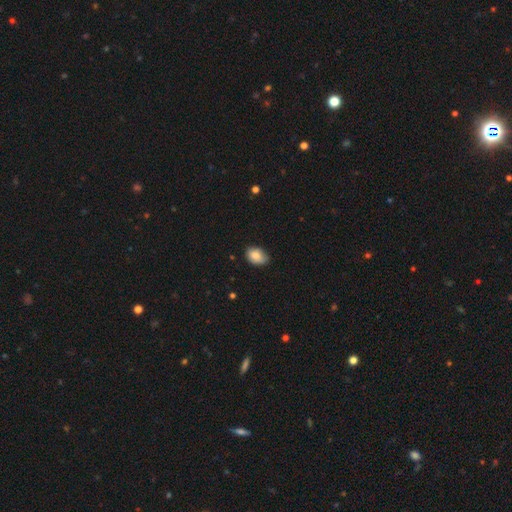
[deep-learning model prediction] smooth-or-featured: smooth: 82% | featured or disk: 10% | star or artifact: 8%
  how-rounded: in between: 77% | round: 22% | cigar-shaped: 1%
  merging: none: 65% | minor disturbance: 30% | major disturbance: 4% | merger: 1%